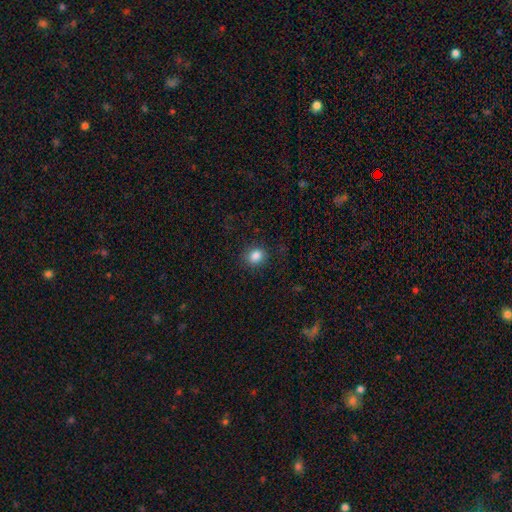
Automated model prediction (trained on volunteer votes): This is clearly a smooth galaxy (85%). How rounded: likely round (60%). Merging: clearly none (86%).